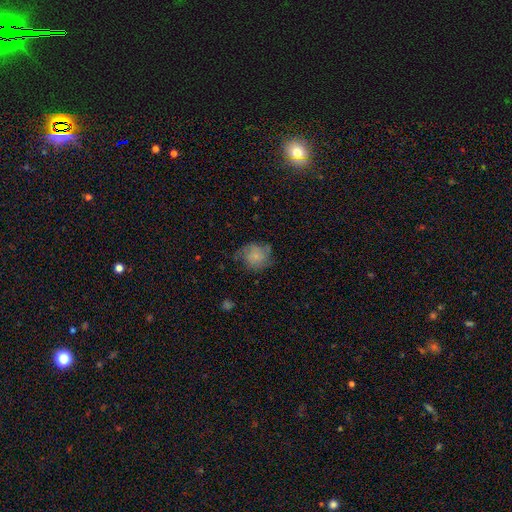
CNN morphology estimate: smooth_or_featured: smooth (p=0.65) [alt: featured or disk p=0.26]
how_rounded: round (p=0.76) [alt: in between p=0.23]
merging: none (p=0.58) [alt: minor disturbance p=0.29]